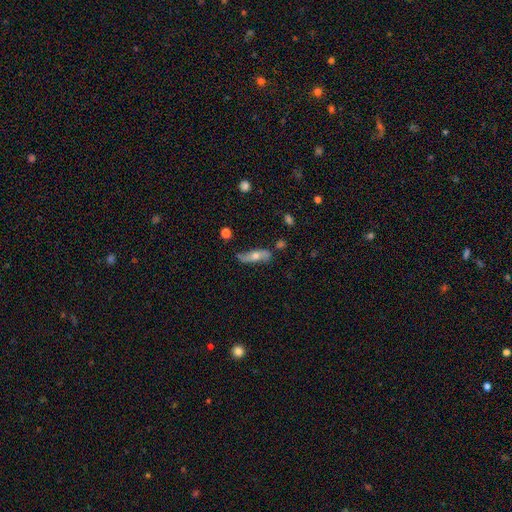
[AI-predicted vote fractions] Smooth or featured? Predicted: featured or disk (p=0.58). Edge-on disk? Predicted: no (p=0.65). Merging? Predicted: none (p=0.69).